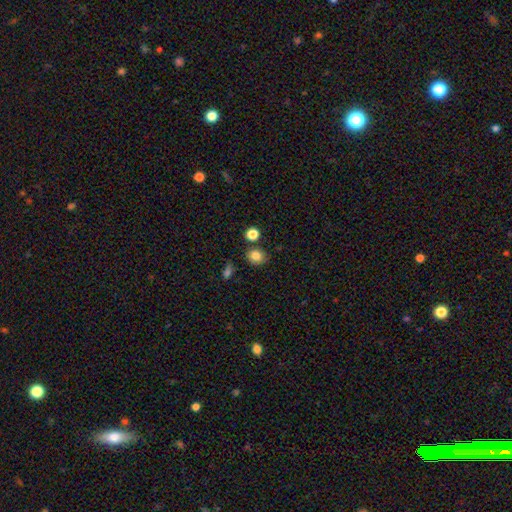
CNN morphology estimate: smooth_or_featured: smooth (p=0.82) [alt: star or artifact p=0.11]
how_rounded: round (p=0.69) [alt: in between p=0.30]
merging: none (p=0.75) [alt: minor disturbance p=0.14]